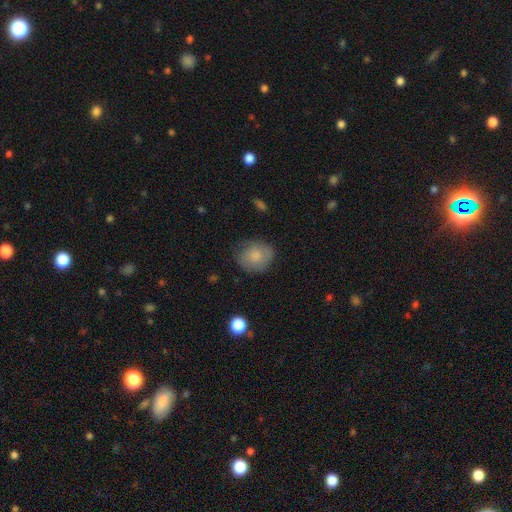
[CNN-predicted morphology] Smooth or featured? smooth (77%)
How rounded? round (69%)
Merging? none (70%)